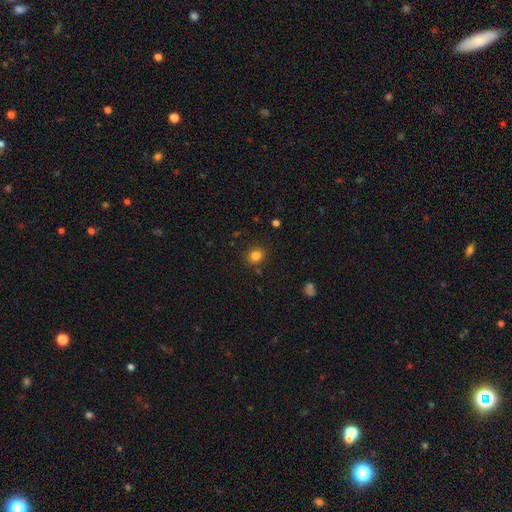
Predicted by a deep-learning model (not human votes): Smooth or featured?
  - smooth: 83% *
  - star or artifact: 12%
  - featured or disk: 5%
How rounded?
  - round: 75% *
  - in between: 24%
  - cigar-shaped: 1%
Merging?
  - none: 86% *
  - minor disturbance: 9%
  - major disturbance: 3%
  - merger: 2%